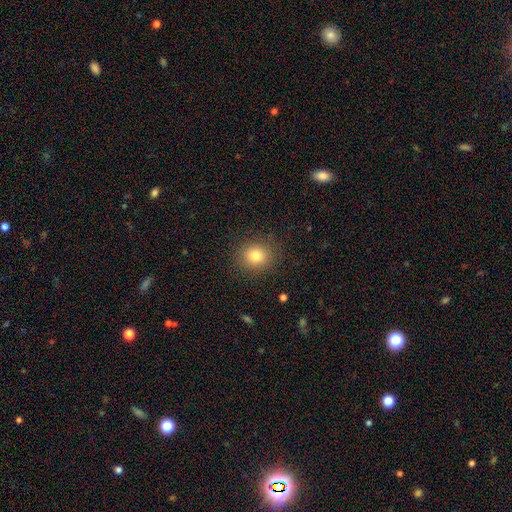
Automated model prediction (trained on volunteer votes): smooth 80%, star or artifact 12%, featured or disk 8%. Down the decision tree: how rounded — round (84%); merging — none (87%).